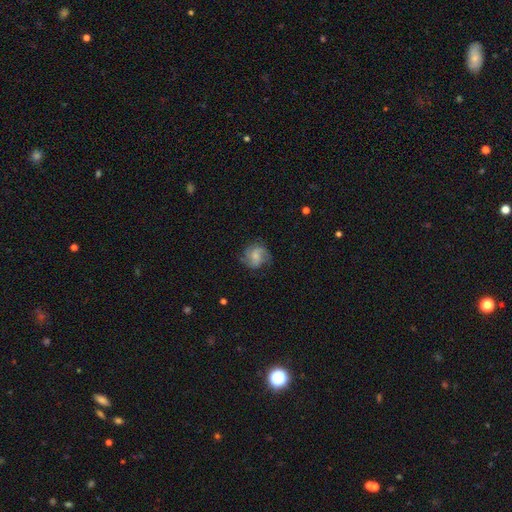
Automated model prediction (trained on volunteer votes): smooth-or-featured: featured or disk: 59% | smooth: 33% | star or artifact: 8%
  disk-edge-on: no: 98% | yes: 2%
    bar: no: 58% | weak: 35% | strong: 6%
    has-spiral-arms: yes: 90% | no: 10%
      spiral-winding: medium: 47% | loose: 27% | tight: 26%
      spiral-arm-count: 2: 48% | 3: 23% | can't tell: 18% | 1: 5% | 4: 4% | more than 4: 3%
    bulge-size: small: 51% | moderate: 35% | none: 9% | large: 3% | dominant: 1%
  merging: none: 71% | minor disturbance: 20% | major disturbance: 8% | merger: 1%